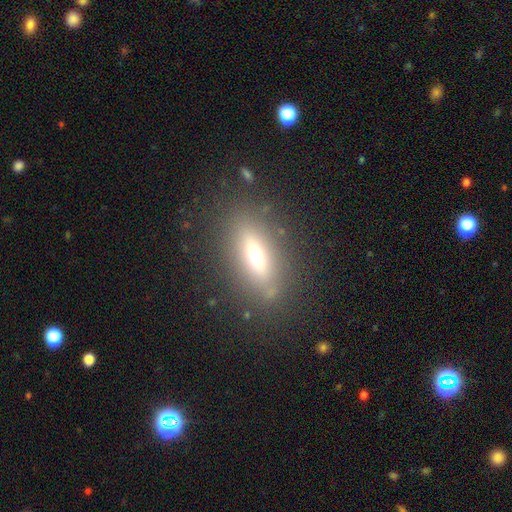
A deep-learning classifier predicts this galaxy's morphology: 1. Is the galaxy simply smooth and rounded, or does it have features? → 47% smooth, 41% featured or disk, 11% star or artifact.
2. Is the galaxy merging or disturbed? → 82% none, 11% minor disturbance, 5% major disturbance, 2% merger.